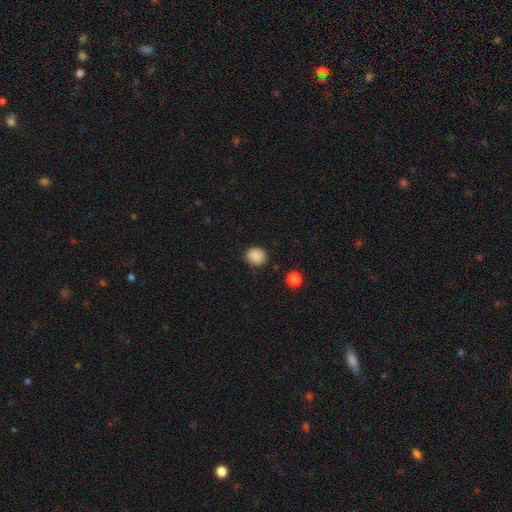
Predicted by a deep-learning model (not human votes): Smooth or featured: smooth — 87% (star or artifact — 10%)
How rounded: round — 75% (in between — 24%)
Merging: none — 87% (minor disturbance — 9%)